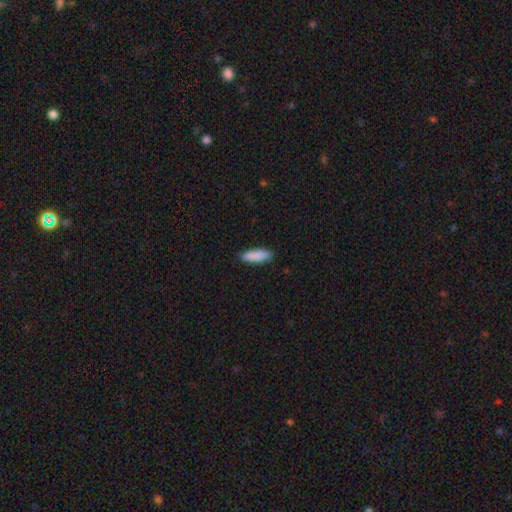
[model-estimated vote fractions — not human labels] Overall: smooth (89%). How rounded: cigar-shaped (54%; in between 44%). Merging: none (88%).